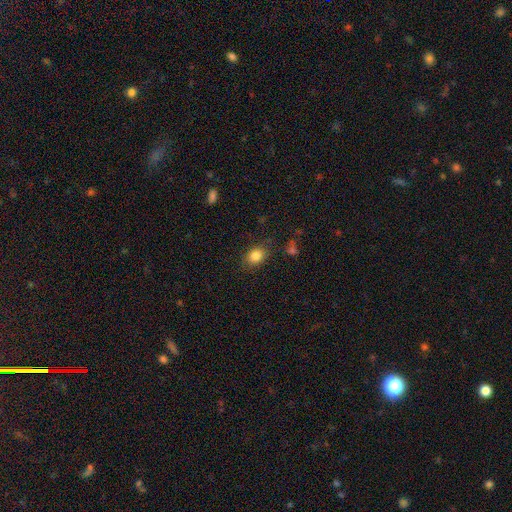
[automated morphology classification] smooth-or-featured: smooth: 83% | star or artifact: 10% | featured or disk: 7%
  how-rounded: in between: 64% | round: 35% | cigar-shaped: 1%
  merging: none: 81% | minor disturbance: 13% | major disturbance: 4% | merger: 2%